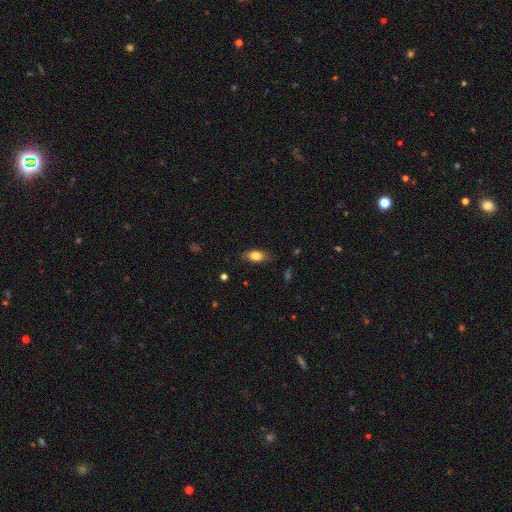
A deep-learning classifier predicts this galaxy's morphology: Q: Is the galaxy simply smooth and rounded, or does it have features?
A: smooth — 80%.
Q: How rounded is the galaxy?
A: in between — 87%.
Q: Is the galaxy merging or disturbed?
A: none — 79%.